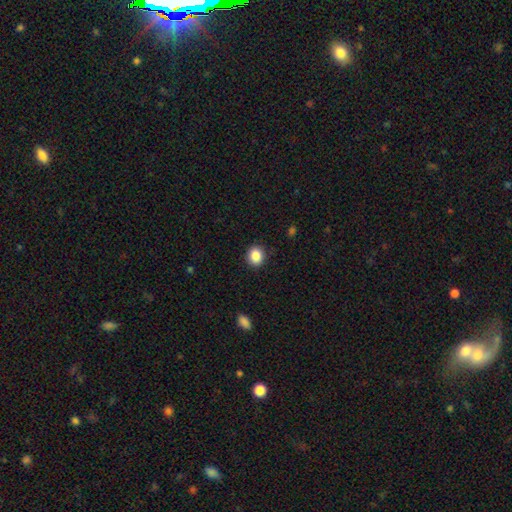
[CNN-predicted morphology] Smooth or featured? smooth (86%)
How rounded? round (70%)
Merging? none (90%)